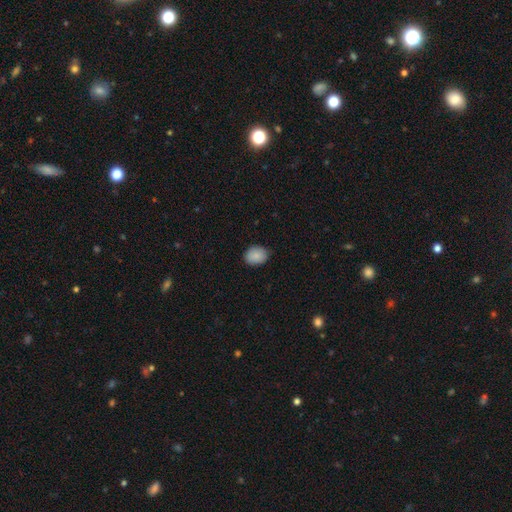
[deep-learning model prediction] Morphology: type=smooth (88%); roundness=in between (59%); merging=none (83%).